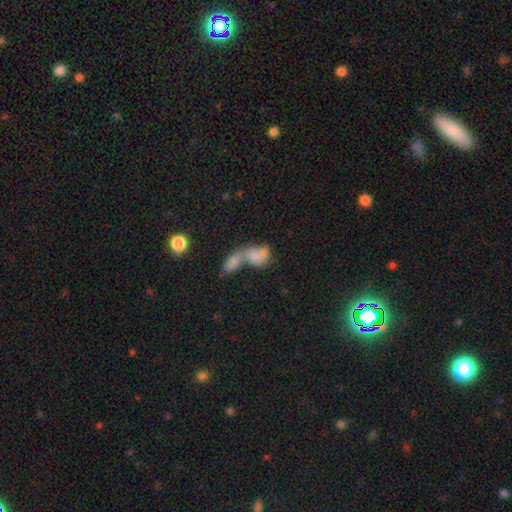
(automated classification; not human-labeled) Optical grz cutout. It shows a smooth galaxy with no disk features (69%) that is in between round and cigar-shaped (79%). Merging: merger (77%).